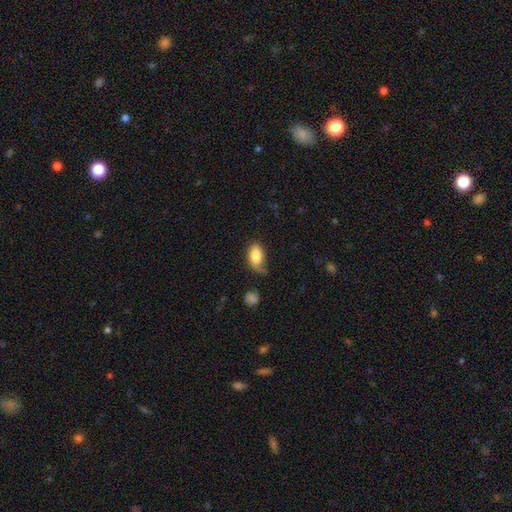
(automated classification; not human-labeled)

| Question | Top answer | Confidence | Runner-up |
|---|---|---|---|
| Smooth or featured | smooth | 83% | featured or disk (9%) |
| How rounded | in between | 91% | round (7%) |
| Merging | none | 52% | minor disturbance (33%) |